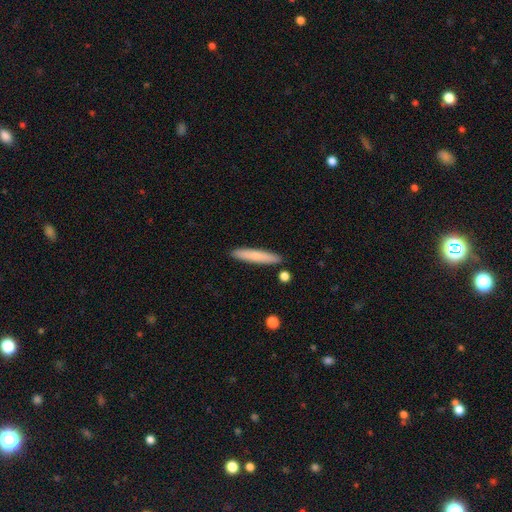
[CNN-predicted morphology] Smooth or featured? smooth (73%)
How rounded? cigar-shaped (91%)
Merging? none (89%)